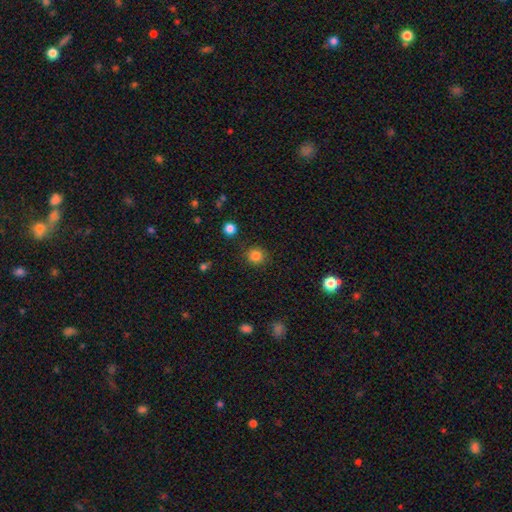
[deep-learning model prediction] Smooth or featured? smooth (83%)
How rounded? round (91%)
Merging? none (89%)